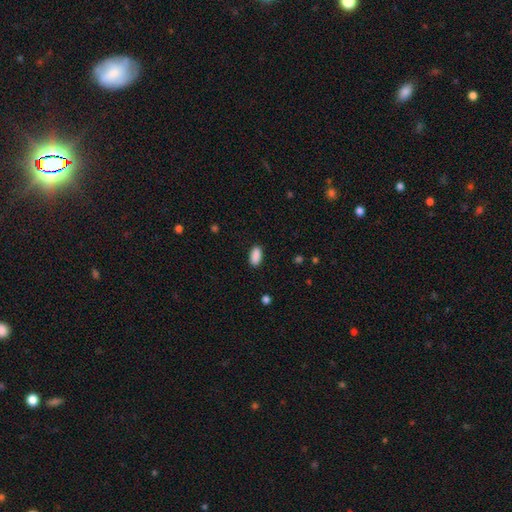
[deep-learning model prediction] A smooth galaxy with no disk features (90%) that is in between round and cigar-shaped (92%). Merging: none (88%).